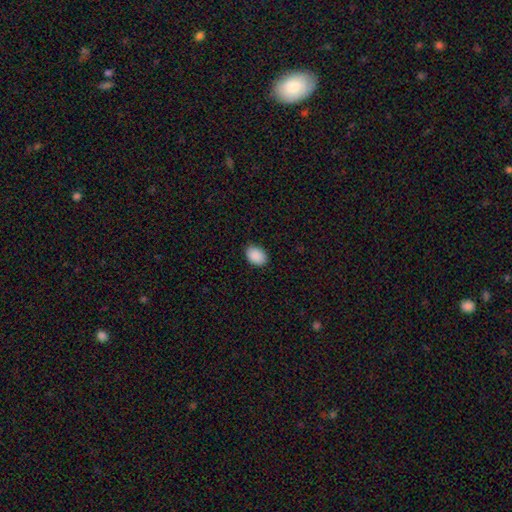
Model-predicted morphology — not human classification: This is clearly a smooth galaxy (90%). How rounded: clearly in between (82%). Merging: clearly none (87%).